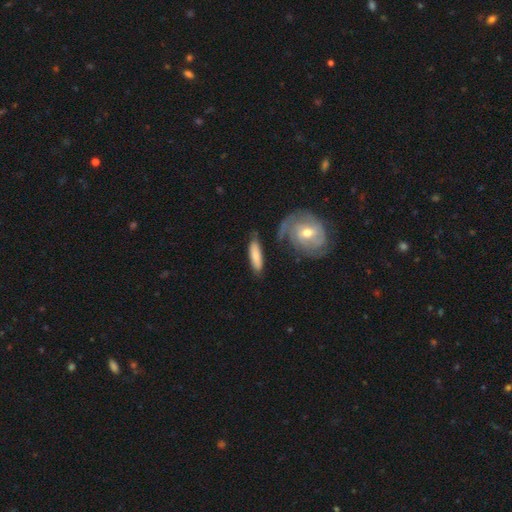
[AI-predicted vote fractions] Smooth or featured? Predicted: smooth (p=0.71). How rounded? Predicted: cigar-shaped (p=0.65). Merging? Predicted: none (p=0.71).